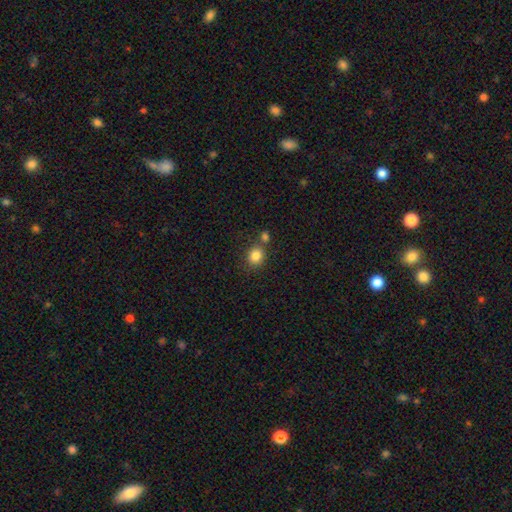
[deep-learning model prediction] Morphology: type=smooth (84%); roundness=round (72%); merging=none (66%).